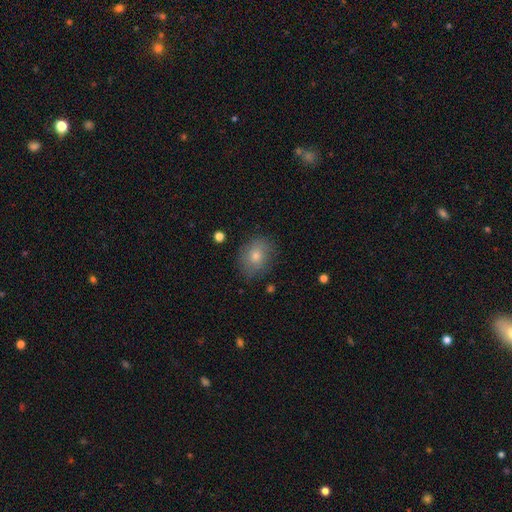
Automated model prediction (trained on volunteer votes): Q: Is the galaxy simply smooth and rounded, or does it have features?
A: smooth — 73%.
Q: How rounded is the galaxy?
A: in between — 53%.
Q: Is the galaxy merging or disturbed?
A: none — 81%.